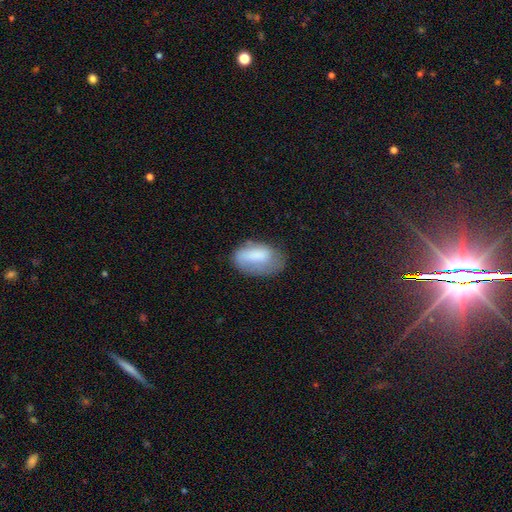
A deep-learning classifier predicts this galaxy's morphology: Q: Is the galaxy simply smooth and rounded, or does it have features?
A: smooth — 75%.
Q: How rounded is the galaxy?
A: in between — 92%.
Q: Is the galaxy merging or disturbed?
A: none — 49%.